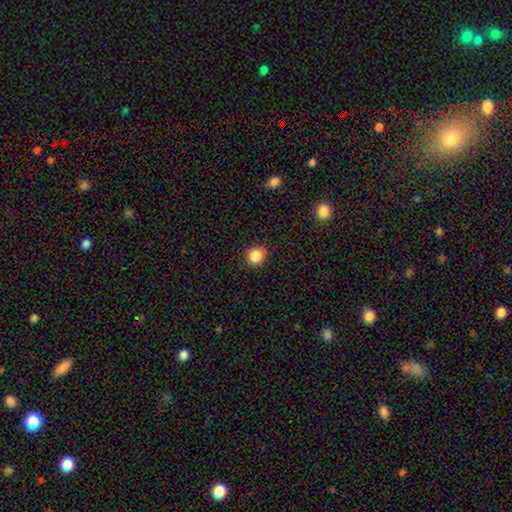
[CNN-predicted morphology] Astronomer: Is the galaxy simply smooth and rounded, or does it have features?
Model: smooth — 87%.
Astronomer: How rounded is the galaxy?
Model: round — 81%.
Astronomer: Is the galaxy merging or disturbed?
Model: none — 88%.